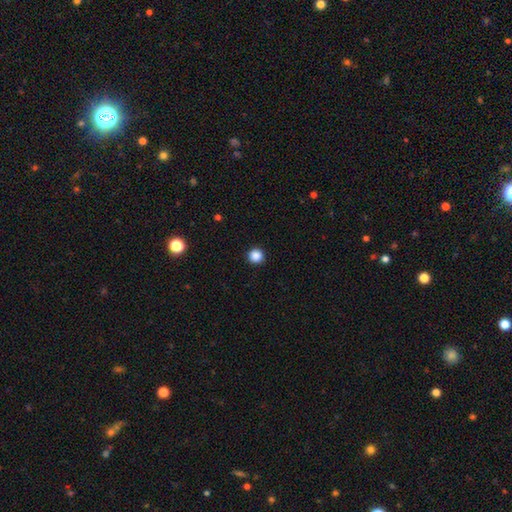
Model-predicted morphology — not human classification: A smooth galaxy with no disk features (87%) that is round (95%).

Vote fractions:
- Smooth or featured? smooth: 87% / star or artifact: 11% / featured or disk: 2%
- How rounded? round: 95% / in between: 4% / cigar-shaped: 1%
- Merging? none: 93% / minor disturbance: 4% / major disturbance: 2% / merger: 1%